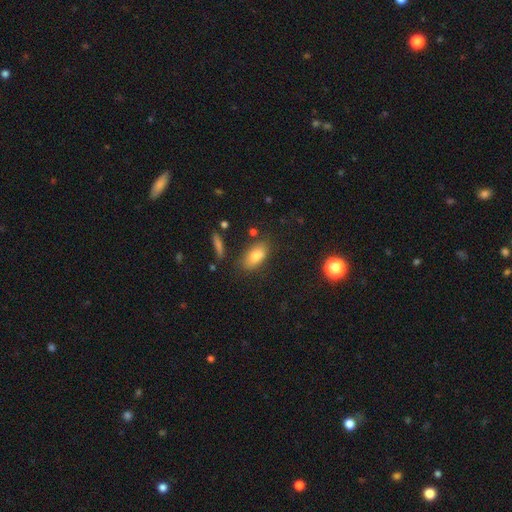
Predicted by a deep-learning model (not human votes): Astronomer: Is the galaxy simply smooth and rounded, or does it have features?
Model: smooth — 79%.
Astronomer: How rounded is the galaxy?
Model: in between — 88%.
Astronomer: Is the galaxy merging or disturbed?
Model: none — 77%.